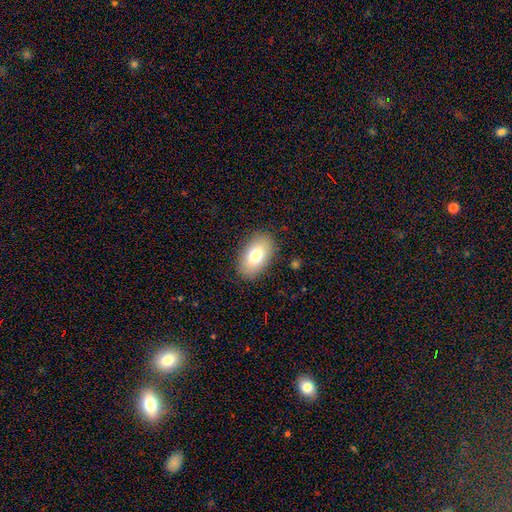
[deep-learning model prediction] Overall: smooth (76%). How rounded: in between (92%). Merging: none (87%).